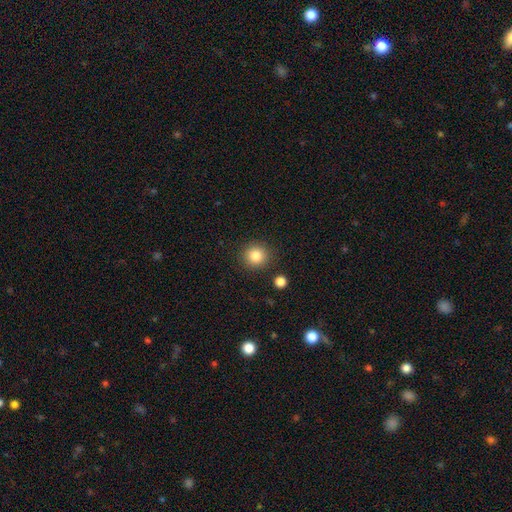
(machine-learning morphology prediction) type=smooth (85%); roundness=round (92%); merging=none (88%).